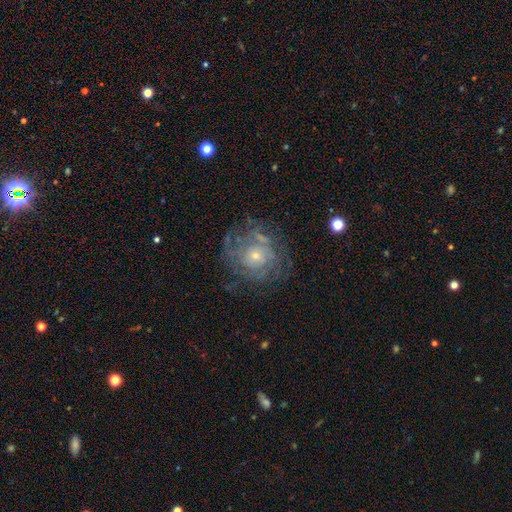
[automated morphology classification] smooth_or_featured: featured or disk (p=0.72) [alt: smooth p=0.17]
disk_edge_on: no (p=0.97) [alt: yes p=0.03]
bar: no (p=0.83) [alt: weak p=0.14]
has_spiral_arms: yes (p=0.78) [alt: no p=0.22]
spiral_winding: tight (p=0.65) [alt: medium p=0.25]
spiral_arm_count: can't tell (p=0.53) [alt: 4 p=0.12]
bulge_size: small (p=0.68) [alt: moderate p=0.27]
merging: none (p=0.71) [alt: minor disturbance p=0.15]